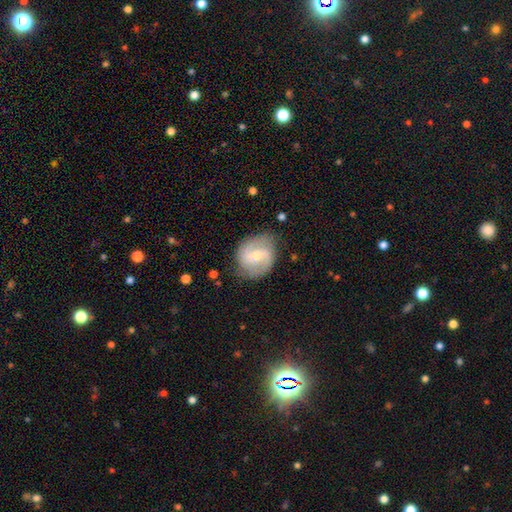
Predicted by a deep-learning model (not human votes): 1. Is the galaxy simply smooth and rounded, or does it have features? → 72% featured or disk, 22% smooth, 6% star or artifact.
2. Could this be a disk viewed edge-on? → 97% no, 3% yes.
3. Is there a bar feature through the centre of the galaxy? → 52% weak, 25% no, 23% strong.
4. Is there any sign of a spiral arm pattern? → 90% yes, 10% no.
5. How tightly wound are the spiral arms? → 49% medium, 30% loose, 21% tight.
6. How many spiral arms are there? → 88% 2, 6% can't tell, 2% 1, 1% 3, 1% 4, 1% more than 4.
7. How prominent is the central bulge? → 51% moderate, 44% small, 2% large, 2% none, 1% dominant.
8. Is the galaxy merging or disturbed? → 76% none, 17% minor disturbance, 5% major disturbance, 1% merger.